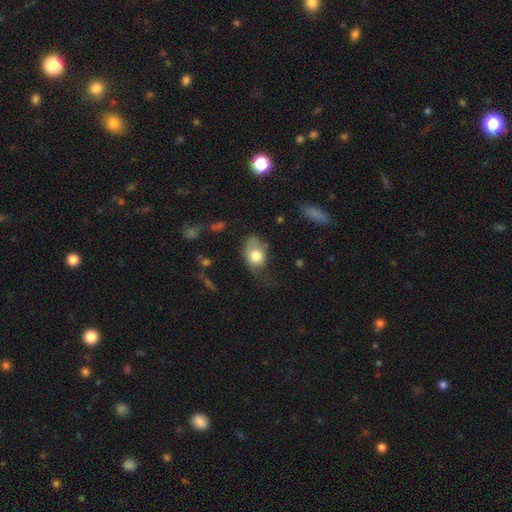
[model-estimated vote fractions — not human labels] Smooth or featured? smooth (71%)
How rounded? in between (77%)
Merging? minor disturbance (33%, tied with major disturbance)